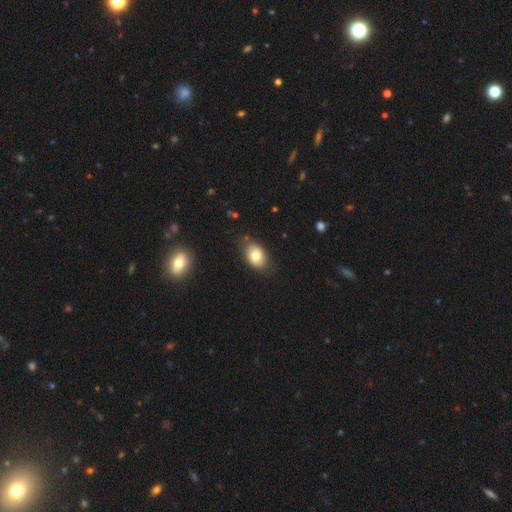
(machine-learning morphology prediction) smooth 78%, featured or disk 14%, star or artifact 8%. Down the decision tree: how rounded — in between (83%); merging — none (79%).